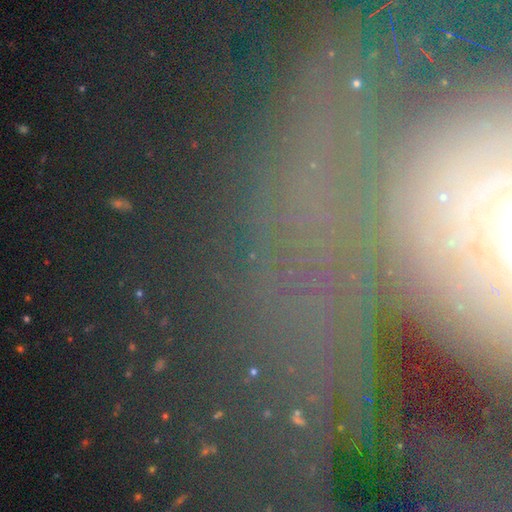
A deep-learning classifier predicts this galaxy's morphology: A star or artifact, not a galaxy (64%).

Vote fractions:
- Smooth or featured? star or artifact: 64% / featured or disk: 18% / smooth: 18%